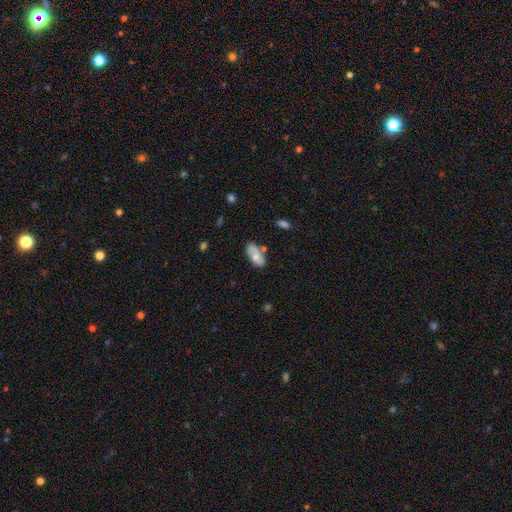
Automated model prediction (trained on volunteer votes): This appears to be a smooth galaxy with no disk features (56%) that is in between round and cigar-shaped (89%). Merging: none (63%).